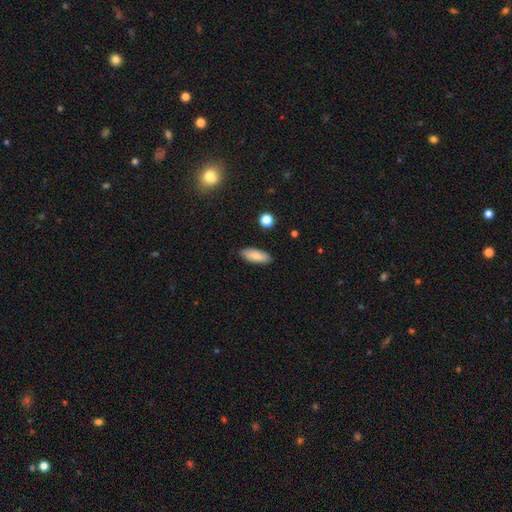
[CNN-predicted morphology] smooth_or_featured: smooth (p=0.75) [alt: featured or disk p=0.18]
how_rounded: in between (p=0.78) [alt: cigar-shaped p=0.20]
merging: none (p=0.86) [alt: minor disturbance p=0.11]